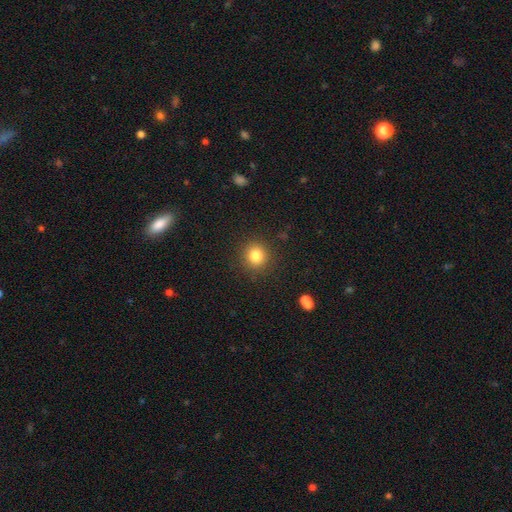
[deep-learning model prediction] A smooth galaxy with no disk features (82%) that is round (91%).

Vote fractions:
- Smooth or featured? smooth: 82% / star or artifact: 12% / featured or disk: 6%
- How rounded? round: 91% / in between: 8% / cigar-shaped: 1%
- Merging? none: 89% / minor disturbance: 7% / major disturbance: 3% / merger: 1%